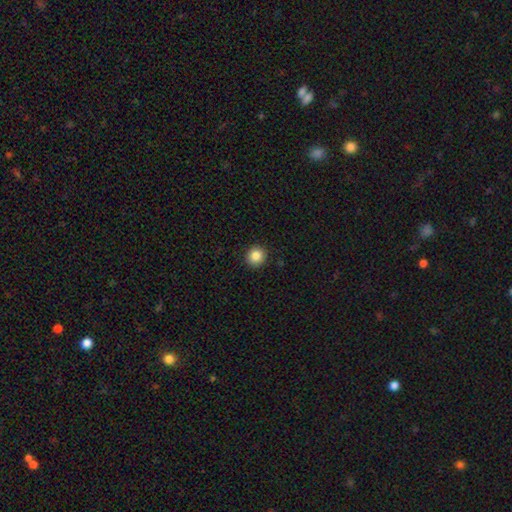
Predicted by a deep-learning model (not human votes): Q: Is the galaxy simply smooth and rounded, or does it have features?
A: smooth — 85%.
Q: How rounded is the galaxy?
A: round — 93%.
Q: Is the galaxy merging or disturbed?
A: none — 92%.